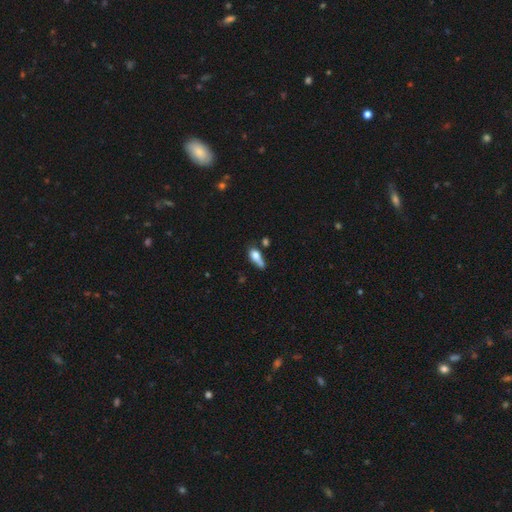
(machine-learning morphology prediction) Q: Smooth or featured?
A: smooth (71%); runner-up: featured or disk (19%)
Q: How rounded?
A: in between (71%); runner-up: cigar-shaped (18%)
Q: Merging?
A: none (31%); runner-up: merger (29%)